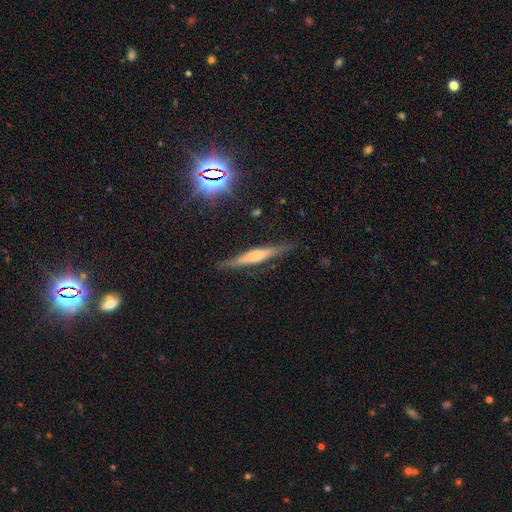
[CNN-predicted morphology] Q: Smooth or featured?
A: featured or disk (56%); runner-up: smooth (35%)
Q: Edge-on disk?
A: yes (95%); runner-up: no (5%)
Q: Edge-on bulge?
A: rounded (47%); runner-up: boxy (33%)
Q: Merging?
A: none (84%); runner-up: minor disturbance (11%)